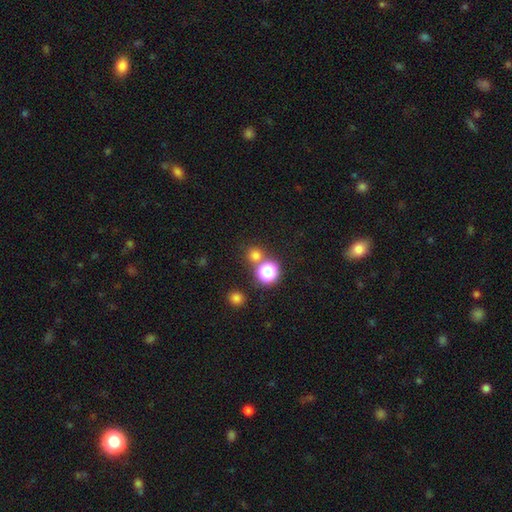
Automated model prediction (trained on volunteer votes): Q: Smooth or featured?
A: smooth (69%); runner-up: star or artifact (25%)
Q: How rounded?
A: round (91%); runner-up: in between (8%)
Q: Merging?
A: none (74%); runner-up: merger (17%)